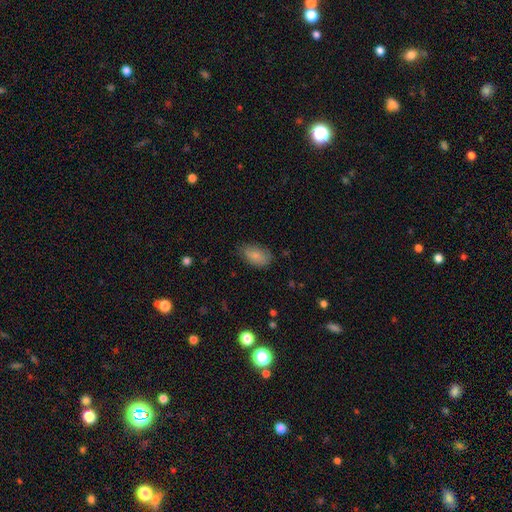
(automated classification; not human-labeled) A smooth galaxy with no disk features (82%) that is in between round and cigar-shaped (92%). Merging: none (73%).